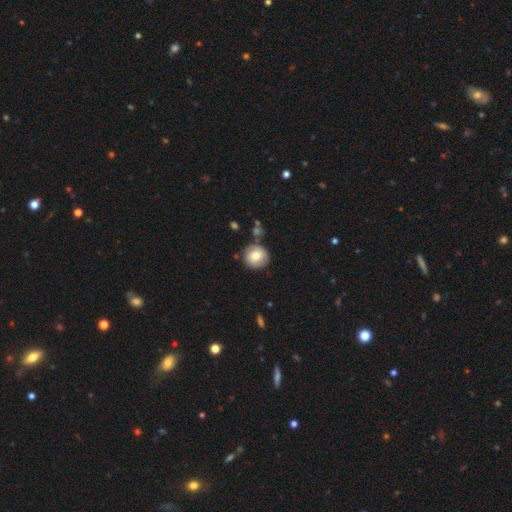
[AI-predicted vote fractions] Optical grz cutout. It shows a smooth galaxy with no disk features (74%) that is round (93%). Merging: none (79%).